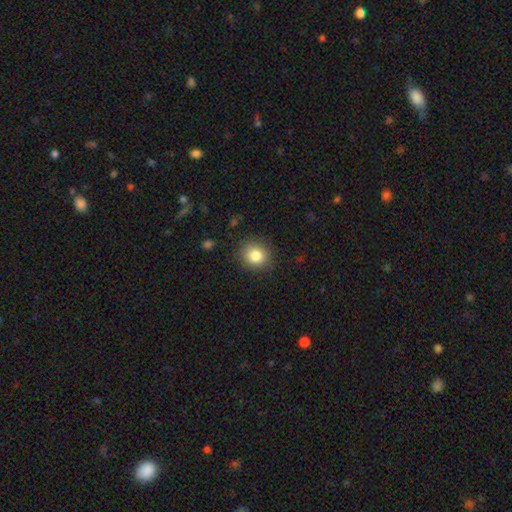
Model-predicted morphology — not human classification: This appears to be a smooth galaxy with no disk features (83%) that is round (80%). Merging: none (87%).